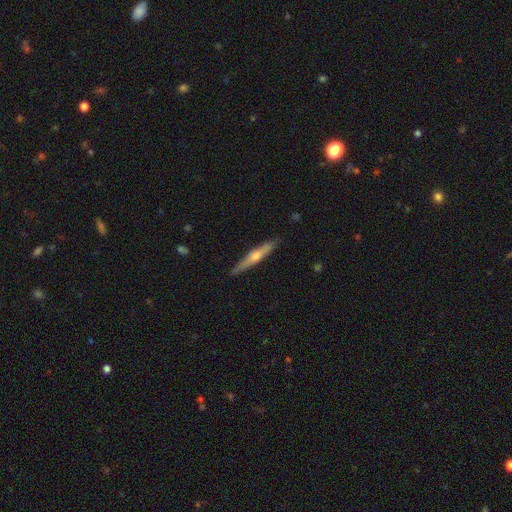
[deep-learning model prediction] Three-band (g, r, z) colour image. It shows a featured or disk galaxy (61%) viewed edge-on (96%) with a rounded central bulge (86%). Merging: none (88%).